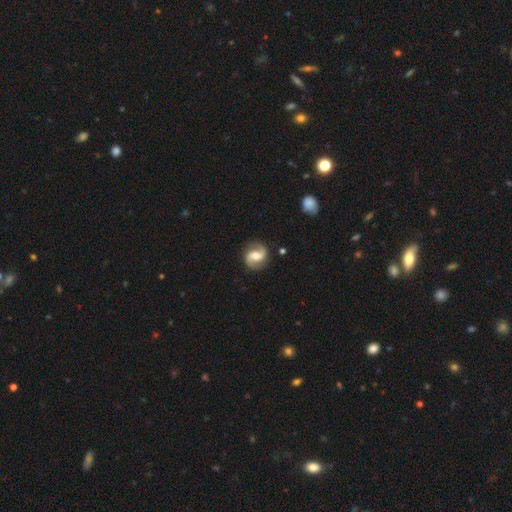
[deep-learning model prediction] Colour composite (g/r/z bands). It shows a featured or disk galaxy (73%) with a weak bar (43%), 2 (91%) loose (43%) spiral arms (92%) and a moderate central bulge (70%). Merging: none (85%).